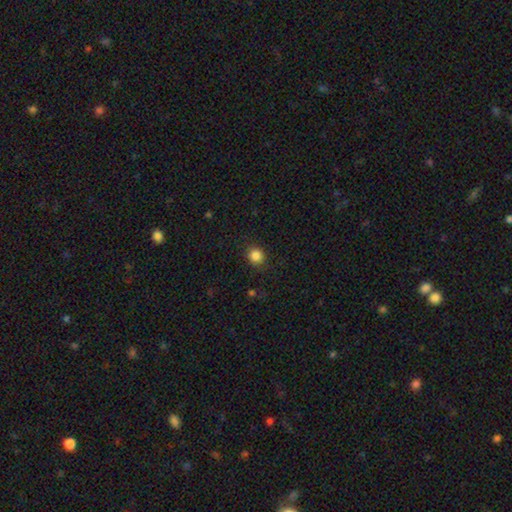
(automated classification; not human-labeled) A smooth galaxy with no disk features (85%) that is round (85%).

Vote fractions:
- Smooth or featured? smooth: 85% / star or artifact: 11% / featured or disk: 4%
- How rounded? round: 85% / in between: 14% / cigar-shaped: 1%
- Merging? none: 88% / minor disturbance: 9% / major disturbance: 3% / merger: 1%